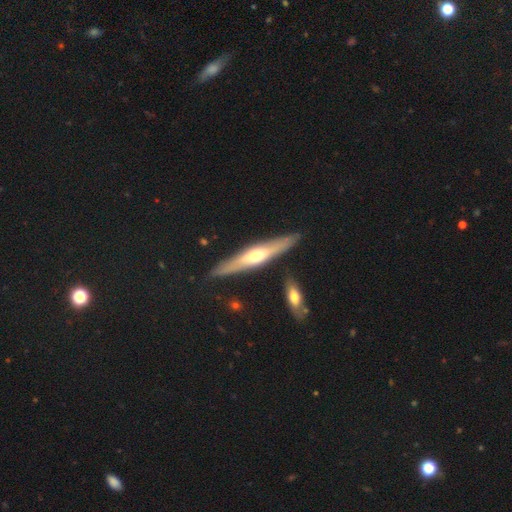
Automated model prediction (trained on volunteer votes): Overall: featured or disk (65%; smooth 29%). Edge-on disk: yes (92%). Edge-on bulge: rounded (80%). Merging: none (84%).